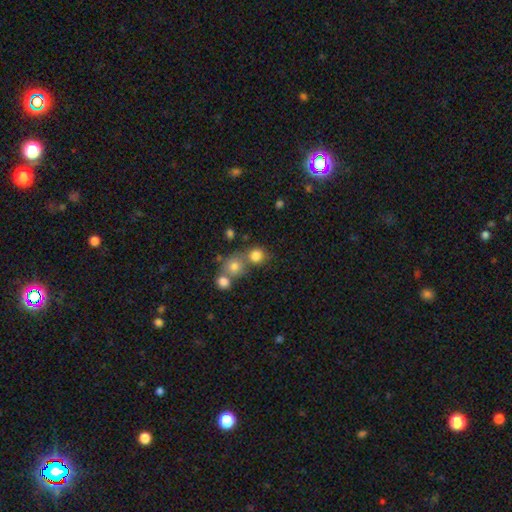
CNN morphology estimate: Smooth or featured? Predicted: smooth (p=0.78). How rounded? Predicted: round (p=0.86). Merging? Predicted: none (p=0.55).